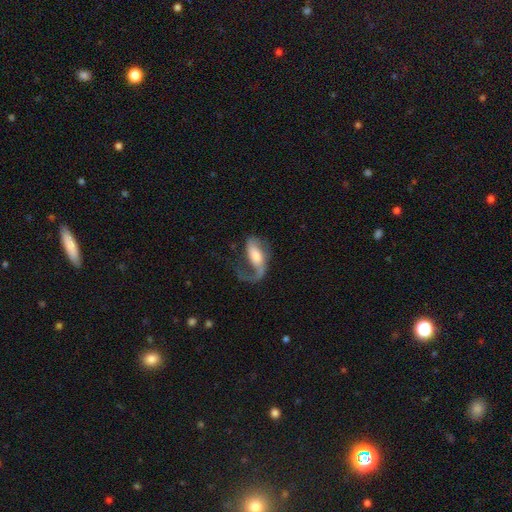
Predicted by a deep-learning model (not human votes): Smooth or featured? featured or disk (74%)
Edge-on disk? no (95%)
Bar? weak (39%)
Spiral arms? yes (90%)
Spiral winding? loose (63%)
Spiral arm count? 1 (56%)
Bulge size? moderate (46%)
Merging? major disturbance (45%)